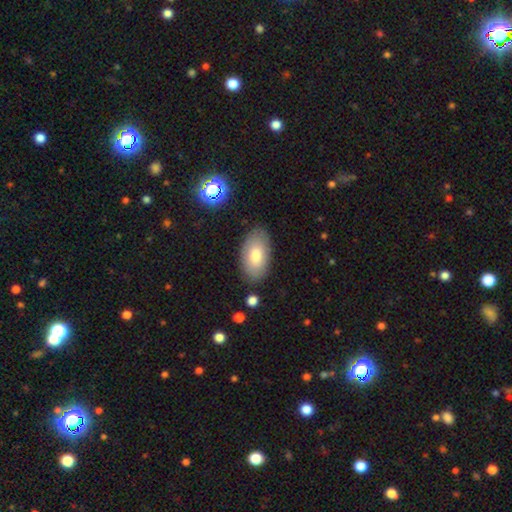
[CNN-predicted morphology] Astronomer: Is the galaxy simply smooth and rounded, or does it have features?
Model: smooth — 75%.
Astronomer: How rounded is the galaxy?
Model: in between — 95%.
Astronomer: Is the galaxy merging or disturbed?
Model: none — 84%.